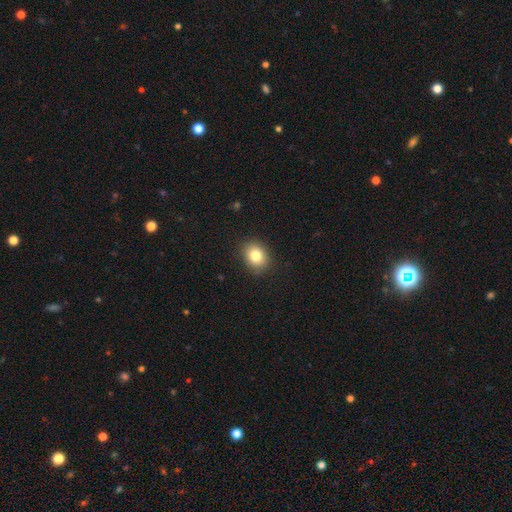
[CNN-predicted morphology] Q: Smooth or featured?
A: smooth (82%); runner-up: star or artifact (10%)
Q: How rounded?
A: round (54%); runner-up: in between (46%)
Q: Merging?
A: none (88%); runner-up: minor disturbance (9%)